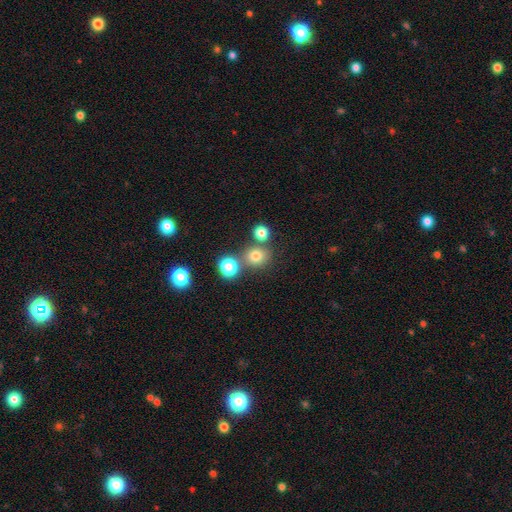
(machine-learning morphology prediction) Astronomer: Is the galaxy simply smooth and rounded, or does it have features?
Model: smooth — 74%.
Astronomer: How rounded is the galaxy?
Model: round — 81%.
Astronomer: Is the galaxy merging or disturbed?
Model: none — 66%.